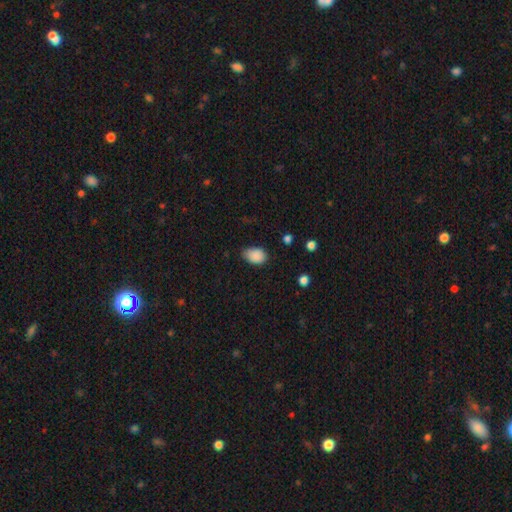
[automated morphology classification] type=smooth (88%); roundness=in between (82%); merging=none (61%).